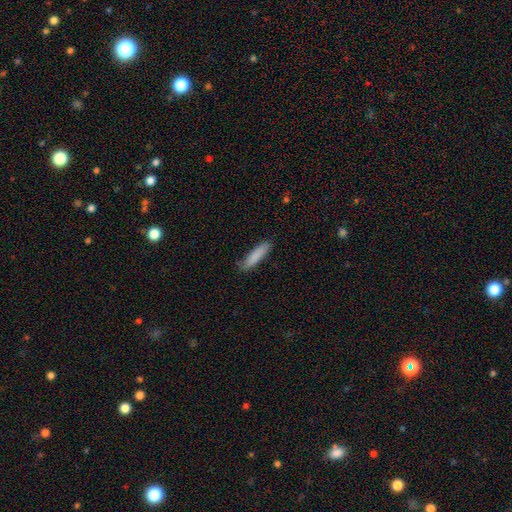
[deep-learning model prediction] smooth_or_featured: smooth (p=0.85) [alt: featured or disk p=0.09]
how_rounded: cigar-shaped (p=0.80) [alt: in between p=0.19]
merging: none (p=0.79) [alt: minor disturbance p=0.17]